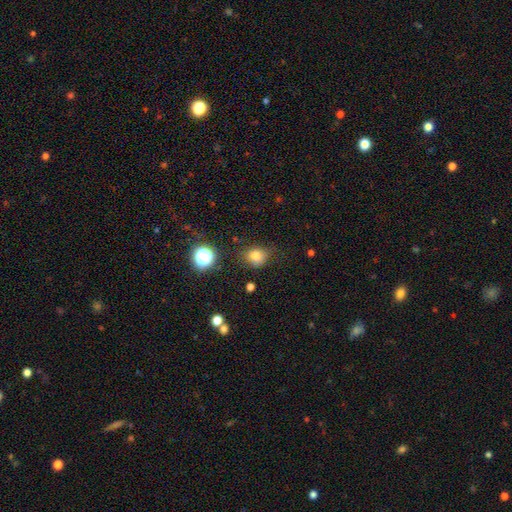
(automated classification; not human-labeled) Morphology: type=smooth (77%); roundness=round (65%); merging=none (68%).